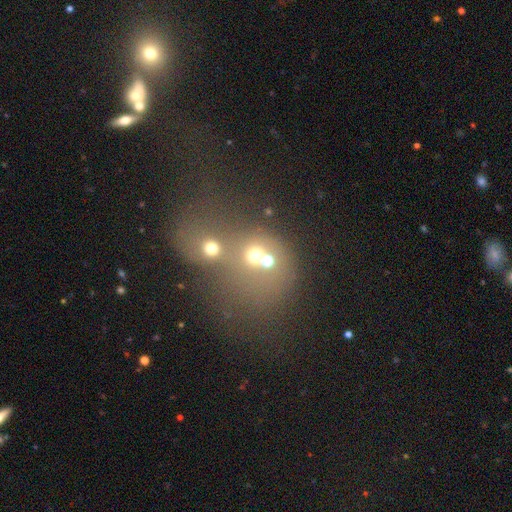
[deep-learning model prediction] smooth 62%, star or artifact 24%, featured or disk 14%. Down the decision tree: how rounded — round (78%); merging — merger (49%).